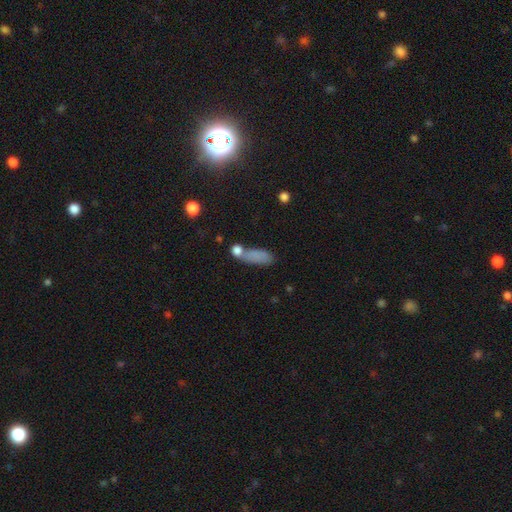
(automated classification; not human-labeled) This is likely a smooth galaxy (77%). How rounded: likely in between (64%). Merging: possibly none (46%).